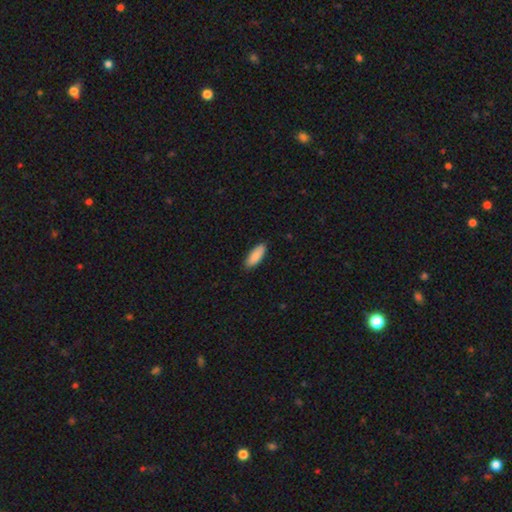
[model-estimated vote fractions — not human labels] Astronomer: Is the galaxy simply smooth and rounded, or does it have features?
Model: smooth — 89%.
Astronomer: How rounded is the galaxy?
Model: in between — 74%.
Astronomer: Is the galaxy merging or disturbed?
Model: none — 87%.